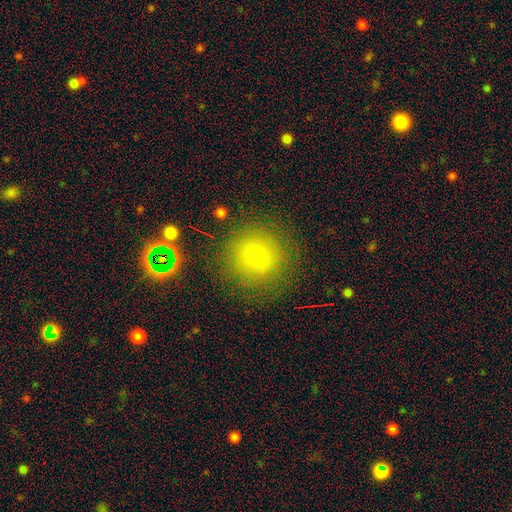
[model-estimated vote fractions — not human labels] smooth_or_featured: smooth (p=0.75) [alt: star or artifact p=0.15]
how_rounded: round (p=0.94) [alt: in between p=0.05]
merging: none (p=0.81) [alt: minor disturbance p=0.11]